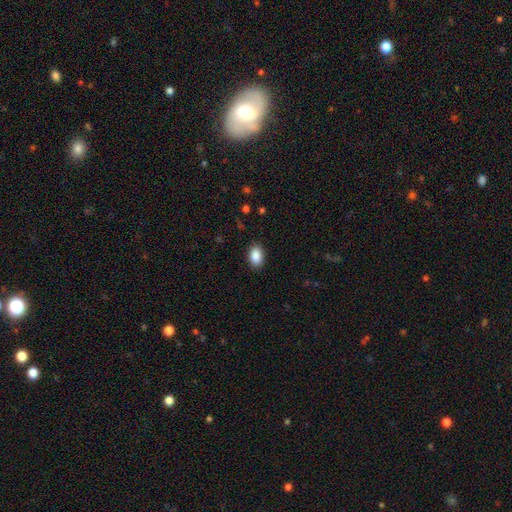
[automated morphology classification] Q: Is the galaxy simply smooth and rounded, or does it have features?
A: smooth — 90%.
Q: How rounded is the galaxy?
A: in between — 88%.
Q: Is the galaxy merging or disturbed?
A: none — 89%.